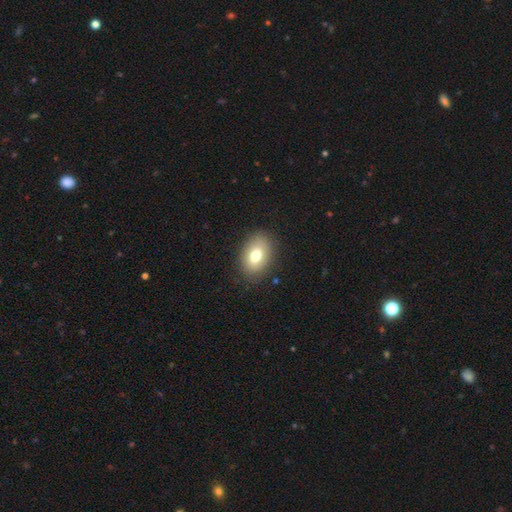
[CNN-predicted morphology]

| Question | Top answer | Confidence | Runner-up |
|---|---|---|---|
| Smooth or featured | smooth | 74% | featured or disk (17%) |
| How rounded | in between | 83% | round (16%) |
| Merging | none | 86% | minor disturbance (10%) |